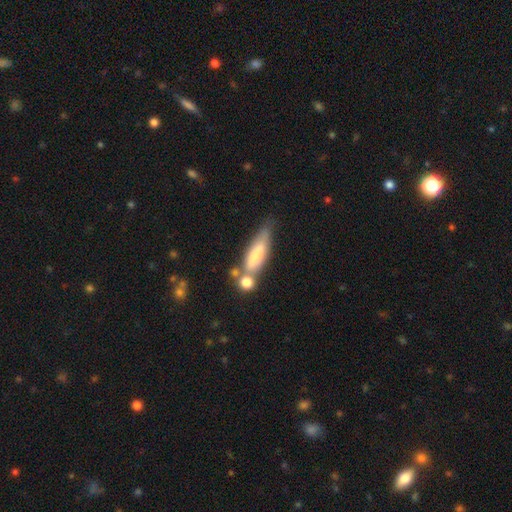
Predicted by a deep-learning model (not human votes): A smooth galaxy with no disk features (65%) that is cigar-shaped (62%).

Vote fractions:
- Smooth or featured? smooth: 65% / featured or disk: 28% / star or artifact: 7%
- How rounded? cigar-shaped: 62% / in between: 35% / round: 3%
- Merging? none: 46% / merger: 28% / minor disturbance: 18% / major disturbance: 8%